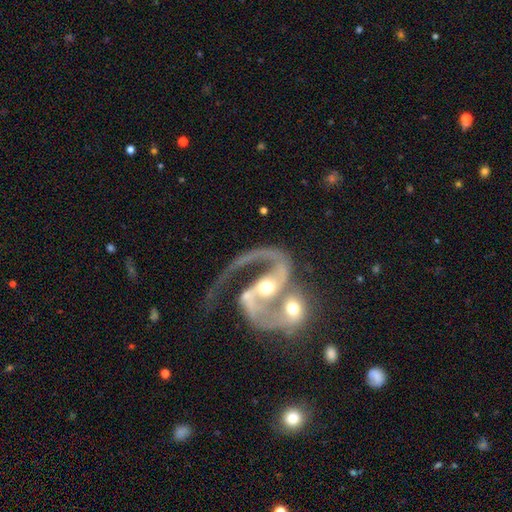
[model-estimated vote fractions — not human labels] This appears to be a featured or disk galaxy (88%) with no bar (41%), 2 (65%) medium (47%) spiral arms (94%) and a moderate central bulge (63%). Merging: merger (54%).